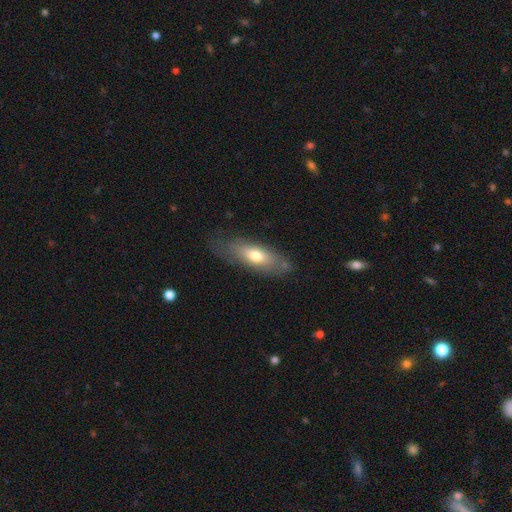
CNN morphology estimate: Smooth or featured: smooth — 64% (featured or disk — 30%)
How rounded: in between — 68% (cigar-shaped — 29%)
Merging: none — 69% (minor disturbance — 21%)